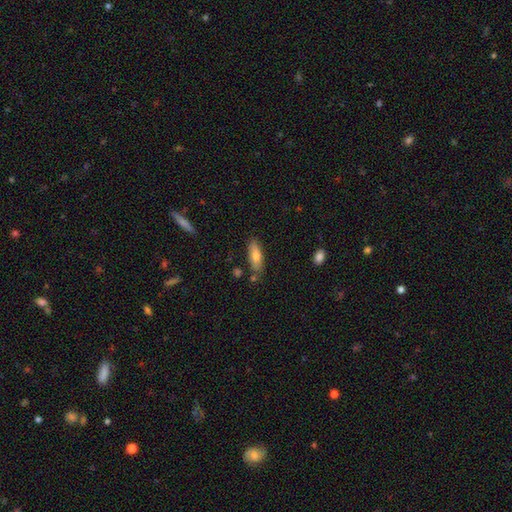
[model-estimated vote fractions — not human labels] The model was most divided on "how rounded": in between: 58%, cigar-shaped: 40%, round: 2%. More confident: merging — none (80%); smooth or featured — smooth (73%).